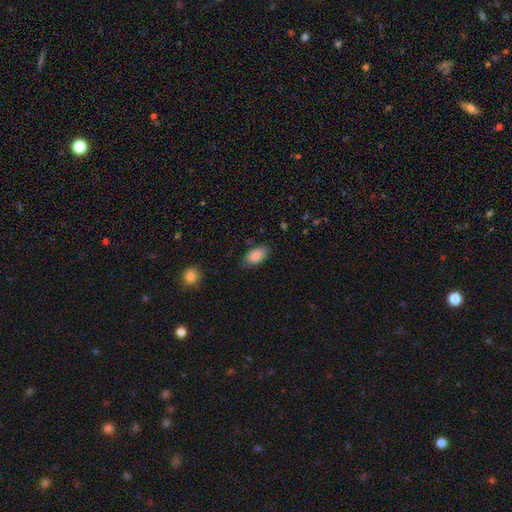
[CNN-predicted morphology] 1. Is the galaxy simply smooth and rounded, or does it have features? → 87% smooth, 7% star or artifact, 6% featured or disk.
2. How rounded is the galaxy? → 93% in between, 4% round, 3% cigar-shaped.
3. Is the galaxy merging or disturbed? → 79% none, 16% minor disturbance, 3% major disturbance, 1% merger.